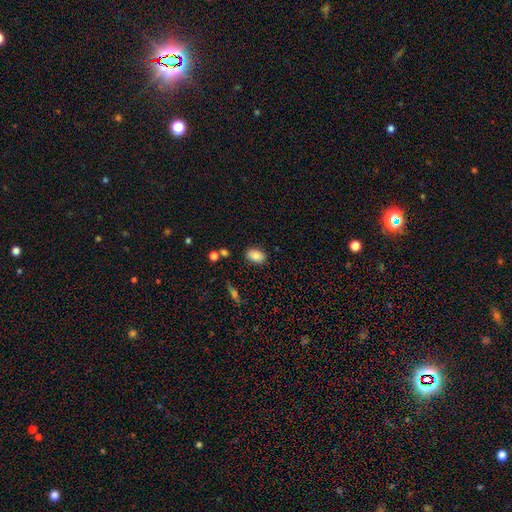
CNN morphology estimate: smooth_or_featured: smooth (p=0.85) [alt: star or artifact p=0.09]
how_rounded: in between (p=0.88) [alt: round p=0.10]
merging: none (p=0.84) [alt: minor disturbance p=0.11]